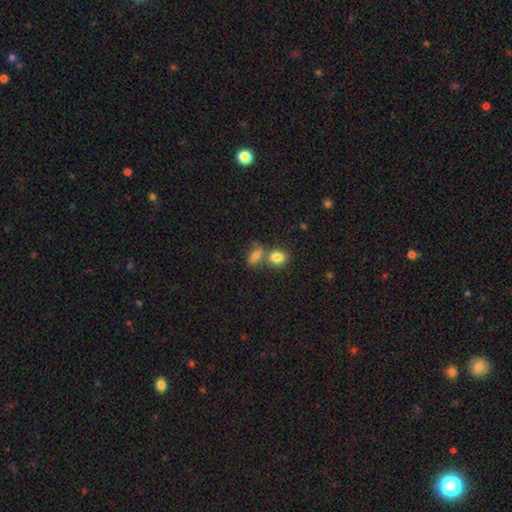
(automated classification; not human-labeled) Q: Smooth or featured?
A: smooth (75%); runner-up: featured or disk (12%)
Q: How rounded?
A: in between (73%); runner-up: round (22%)
Q: Merging?
A: none (41%); runner-up: merger (38%)